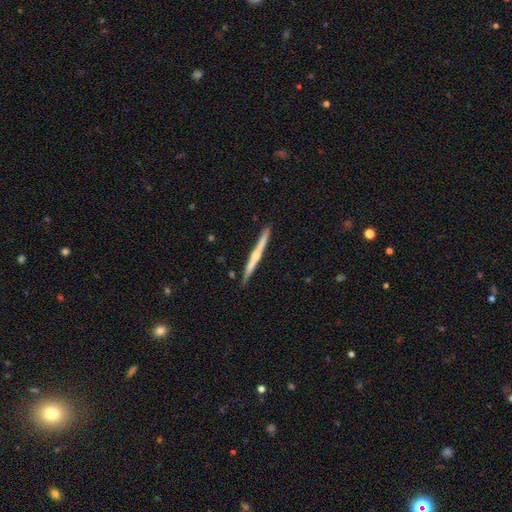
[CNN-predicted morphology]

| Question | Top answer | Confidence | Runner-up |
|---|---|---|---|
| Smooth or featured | featured or disk | 68% | smooth (26%) |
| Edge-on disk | yes | 98% | no (2%) |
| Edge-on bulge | rounded | 70% | none (24%) |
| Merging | none | 88% | minor disturbance (8%) |